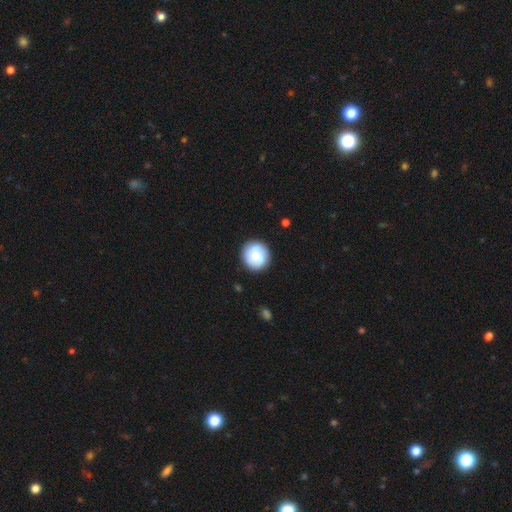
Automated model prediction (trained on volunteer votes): The model was most divided on "smooth or featured": smooth: 70%, featured or disk: 24%, star or artifact: 7%. More confident: how rounded — round (92%); merging — none (87%).